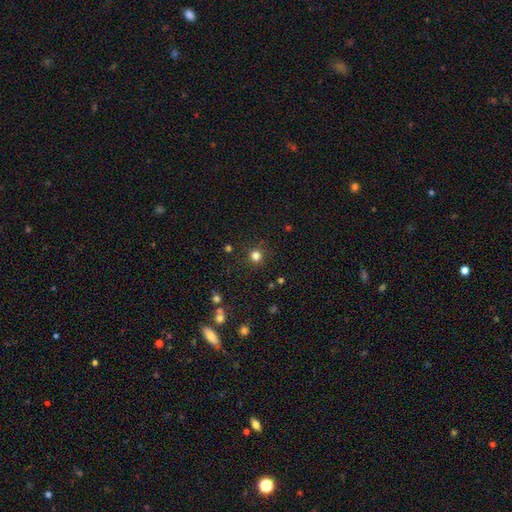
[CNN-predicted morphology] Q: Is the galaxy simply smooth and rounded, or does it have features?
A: smooth — 79%.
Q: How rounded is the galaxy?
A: round — 94%.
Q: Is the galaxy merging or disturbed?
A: none — 88%.